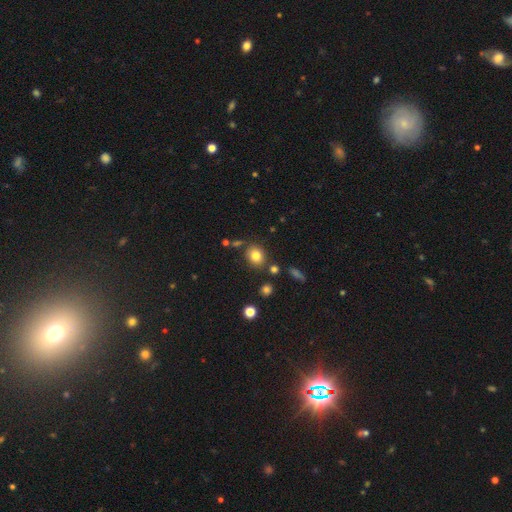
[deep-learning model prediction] smooth-or-featured: smooth: 81% | star or artifact: 12% | featured or disk: 8%
  how-rounded: round: 65% | in between: 34% | cigar-shaped: 1%
  merging: none: 79% | minor disturbance: 11% | merger: 6% | major disturbance: 3%